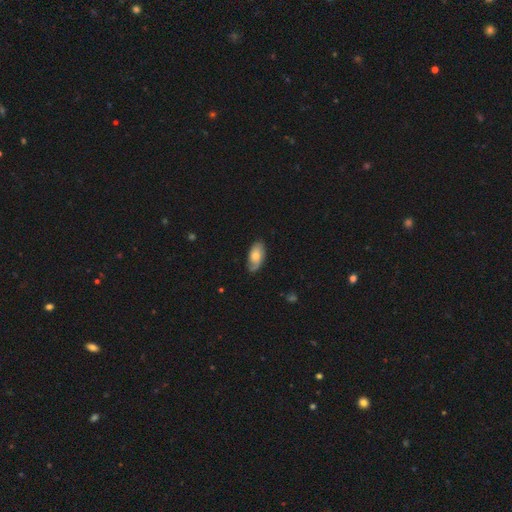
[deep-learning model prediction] The model was most divided on "smooth or featured": smooth: 53%, featured or disk: 40%, star or artifact: 6%. More confident: how rounded — in between (92%); merging — none (71%).